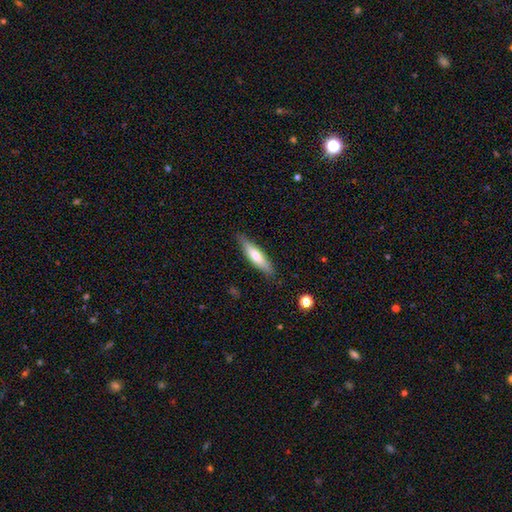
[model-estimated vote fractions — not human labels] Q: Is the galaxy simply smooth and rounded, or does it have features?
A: smooth — 59%.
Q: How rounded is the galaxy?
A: cigar-shaped — 76%.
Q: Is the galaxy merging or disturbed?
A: none — 85%.